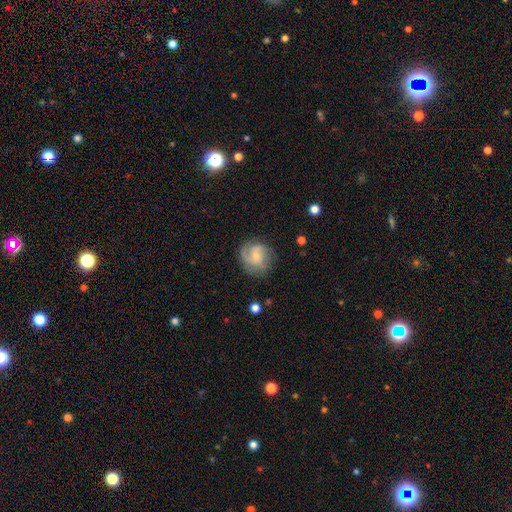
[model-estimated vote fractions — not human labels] featured or disk 67%, smooth 26%, star or artifact 7%. Down the decision tree: edge-on disk — no (98%); bar — no (64%); spiral arms — yes (91%); spiral arm count — 2 (42%); spiral winding — medium (43%); bulge size — small (67%); merging — none (73%).